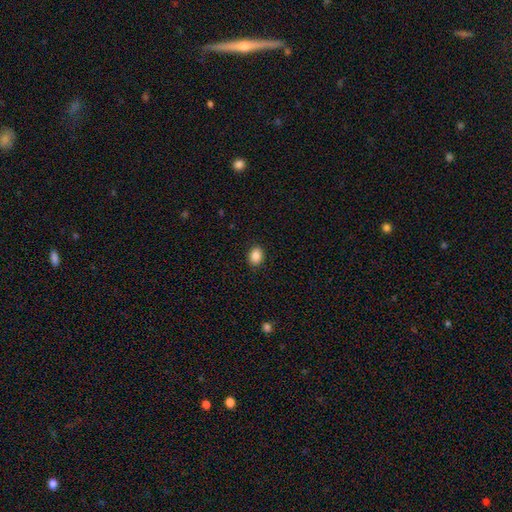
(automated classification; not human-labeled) Overall: smooth (88%). How rounded: in between (58%; round 42%). Merging: none (90%).